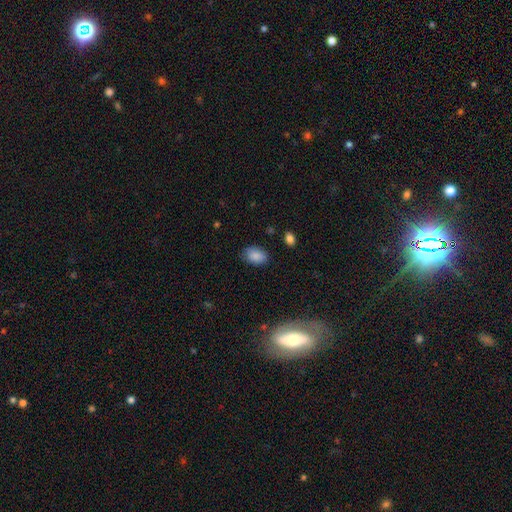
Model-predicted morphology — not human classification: smooth_or_featured: smooth (p=0.88) [alt: star or artifact p=0.08]
how_rounded: in between (p=0.87) [alt: round p=0.11]
merging: none (p=0.82) [alt: minor disturbance p=0.14]